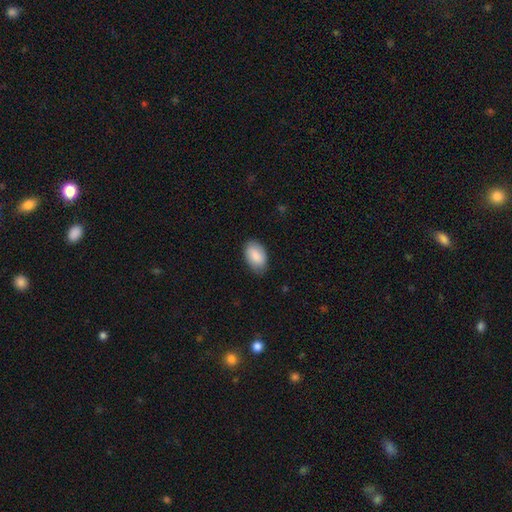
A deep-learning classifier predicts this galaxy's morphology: Smooth or featured? Predicted: smooth (p=0.86). How rounded? Predicted: in between (p=0.93). Merging? Predicted: none (p=0.80).